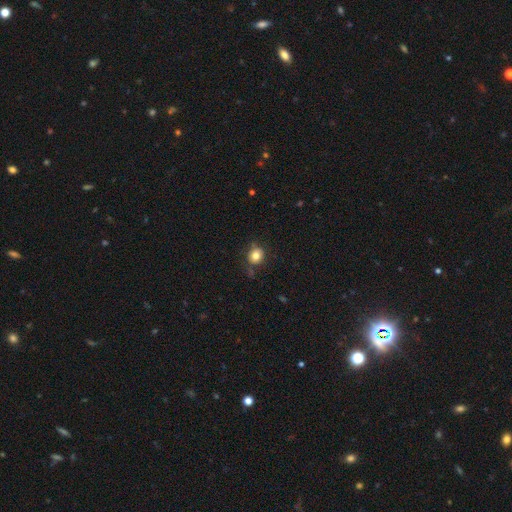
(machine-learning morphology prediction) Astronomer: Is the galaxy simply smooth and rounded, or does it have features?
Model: smooth — 79%.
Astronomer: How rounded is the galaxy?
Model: round — 79%.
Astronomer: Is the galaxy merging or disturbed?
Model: none — 74%.